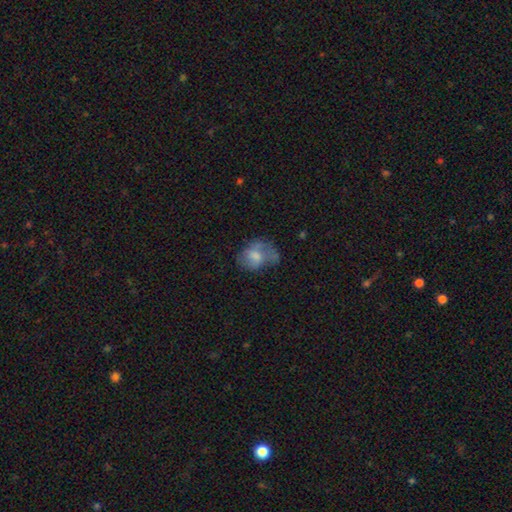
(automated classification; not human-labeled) Smooth or featured? smooth (55%)
How rounded? in between (63%)
Merging? none (33%)